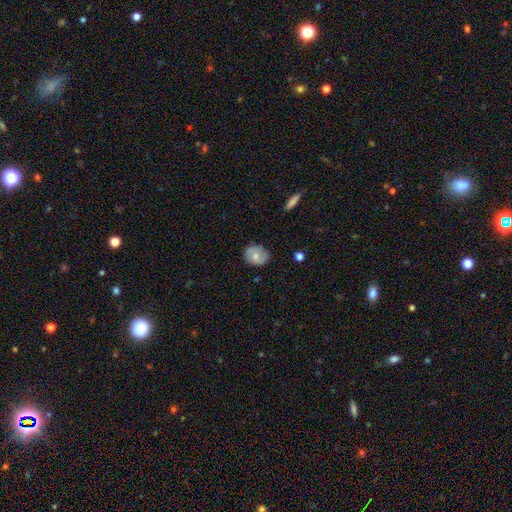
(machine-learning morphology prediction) smooth_or_featured: smooth (p=0.66) [alt: featured or disk p=0.27]
how_rounded: round (p=0.51) [alt: in between p=0.47]
merging: none (p=0.79) [alt: minor disturbance p=0.17]